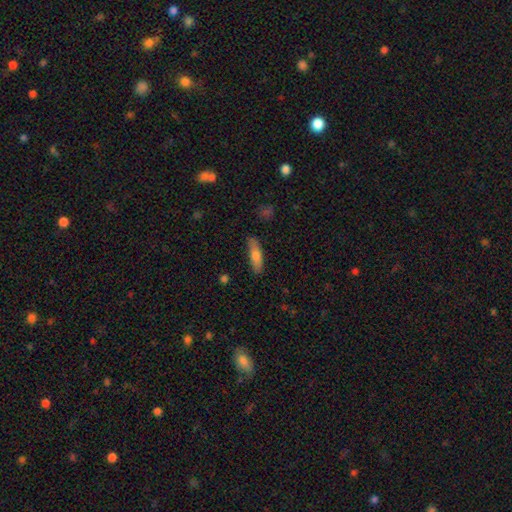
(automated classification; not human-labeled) smooth 72%, featured or disk 21%, star or artifact 7%. Down the decision tree: how rounded — cigar-shaped (58%); merging — none (83%).